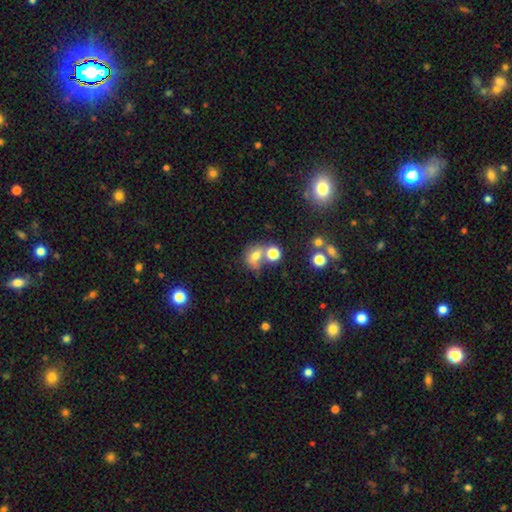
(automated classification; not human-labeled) Smooth or featured? smooth (67%)
How rounded? round (62%)
Merging? merger (42%)